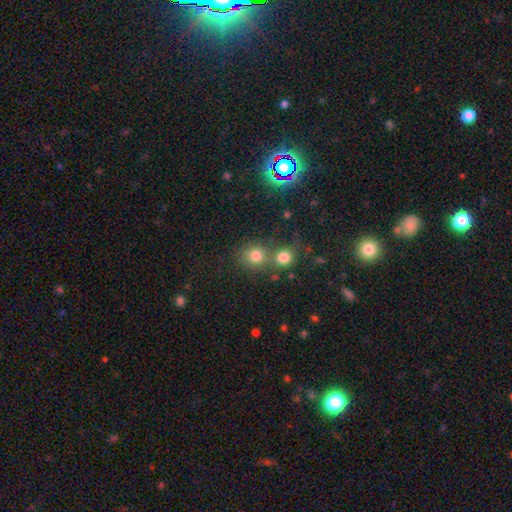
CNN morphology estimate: The model was most divided on "merging": none: 55%, merger: 33%, minor disturbance: 8%, major disturbance: 4%. More confident: how rounded — round (86%); smooth or featured — smooth (78%).